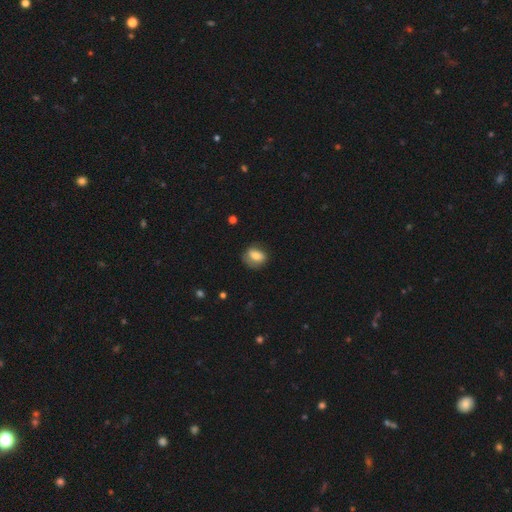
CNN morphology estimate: This appears to be a smooth galaxy with no disk features (71%) that is in between round and cigar-shaped (63%). Merging: none (66%).